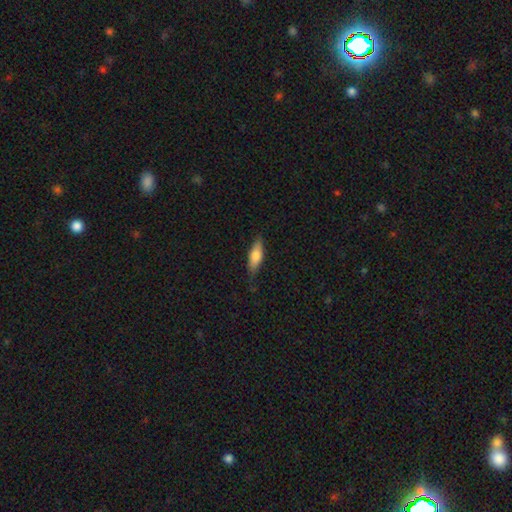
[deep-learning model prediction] Smooth or featured: smooth — 73% (featured or disk — 21%)
How rounded: in between — 57% (cigar-shaped — 40%)
Merging: none — 79% (minor disturbance — 17%)